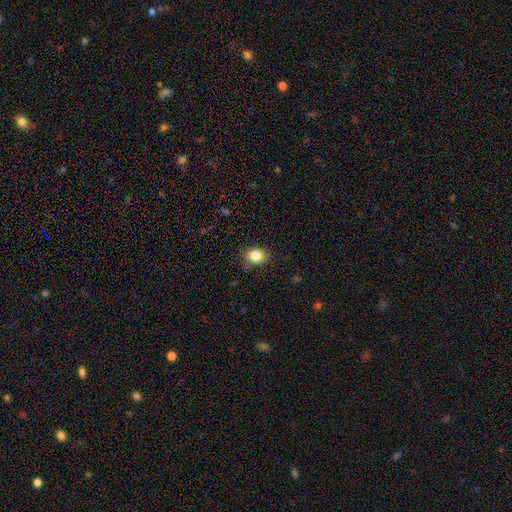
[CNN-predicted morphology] smooth-or-featured: smooth: 84% | star or artifact: 10% | featured or disk: 7%
  how-rounded: in between: 57% | round: 42% | cigar-shaped: 1%
  merging: none: 83% | minor disturbance: 13% | major disturbance: 3% | merger: 1%